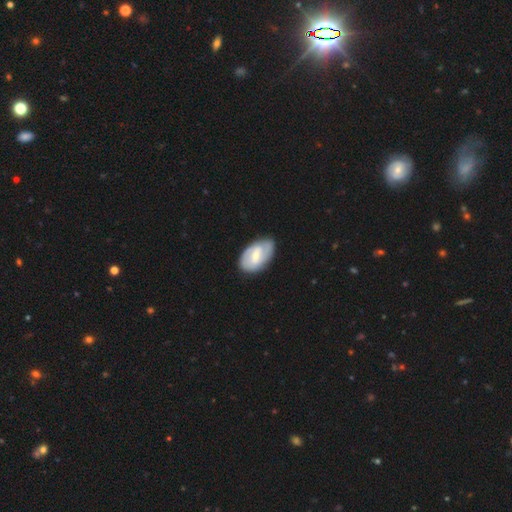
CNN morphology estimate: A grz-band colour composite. It shows a featured or disk galaxy (63%) with a weak bar (52%), spiral arms (77%) and a small central bulge (55%). Merging: none (77%).